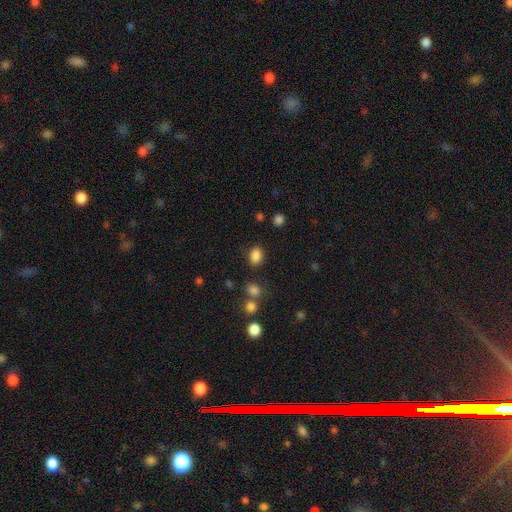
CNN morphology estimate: The model was most divided on "how rounded": in between: 79%, round: 20%, cigar-shaped: 1%. More confident: smooth or featured — smooth (85%); merging — none (82%).